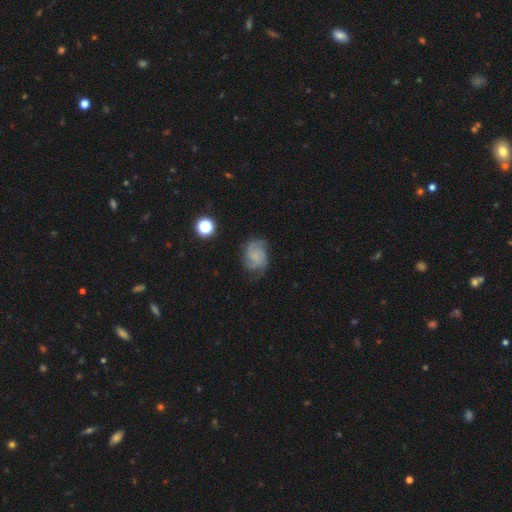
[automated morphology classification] Q: Smooth or featured?
A: featured or disk (68%); runner-up: smooth (23%)
Q: Edge-on disk?
A: no (98%); runner-up: yes (2%)
Q: Bar?
A: no (72%); runner-up: weak (24%)
Q: Spiral arms?
A: yes (93%); runner-up: no (7%)
Q: Spiral winding?
A: medium (43%); runner-up: tight (41%)
Q: Spiral arm count?
A: 2 (34%); runner-up: 3 (31%)
Q: Bulge size?
A: none (43%); runner-up: small (40%)
Q: Merging?
A: none (66%); runner-up: minor disturbance (22%)